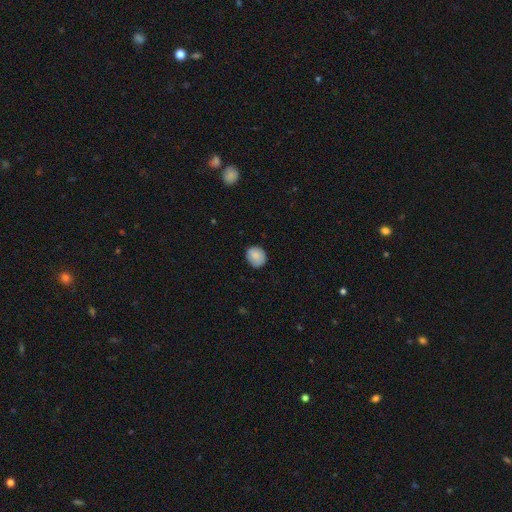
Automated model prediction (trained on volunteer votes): Q: Smooth or featured?
A: smooth (85%); runner-up: star or artifact (7%)
Q: How rounded?
A: round (72%); runner-up: in between (27%)
Q: Merging?
A: none (82%); runner-up: minor disturbance (14%)